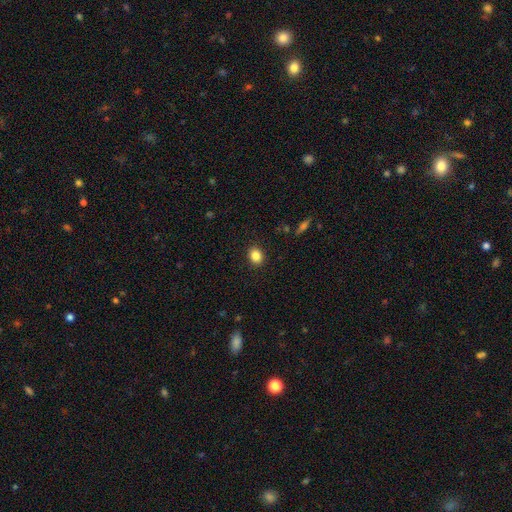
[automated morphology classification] smooth-or-featured: smooth: 85% | star or artifact: 10% | featured or disk: 5%
  how-rounded: round: 53% | in between: 46% | cigar-shaped: 1%
  merging: none: 90% | minor disturbance: 7% | major disturbance: 2% | merger: 1%